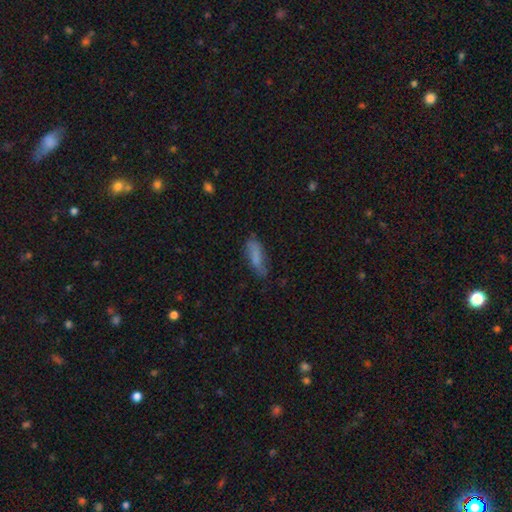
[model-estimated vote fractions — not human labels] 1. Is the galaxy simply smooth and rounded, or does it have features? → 73% smooth, 18% featured or disk, 9% star or artifact.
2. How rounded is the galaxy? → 53% in between, 45% cigar-shaped, 2% round.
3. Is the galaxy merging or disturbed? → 60% none, 27% minor disturbance, 10% major disturbance, 3% merger.